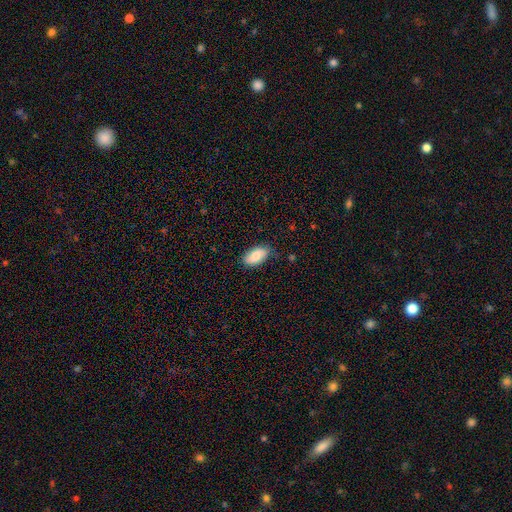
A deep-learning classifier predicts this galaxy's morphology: Smooth or featured? smooth (81%)
How rounded? in between (93%)
Merging? none (75%)